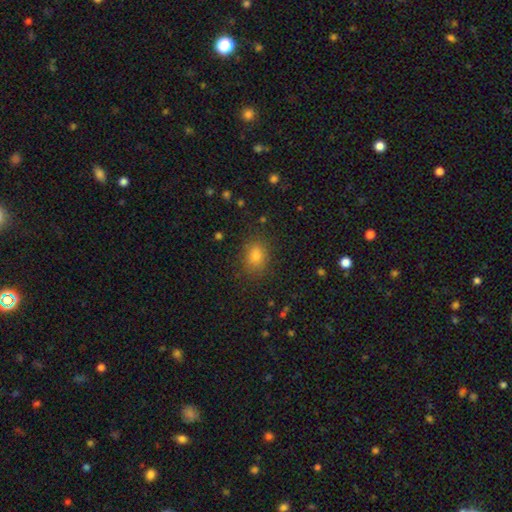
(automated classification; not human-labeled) Smooth or featured: smooth — 79% (star or artifact — 15%)
How rounded: in between — 53% (round — 46%)
Merging: none — 86% (minor disturbance — 10%)